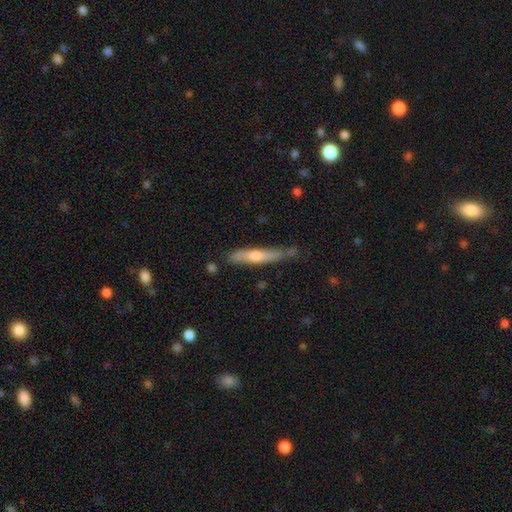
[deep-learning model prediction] Overall: featured or disk (49%; smooth 44%). Merging: none (71%).